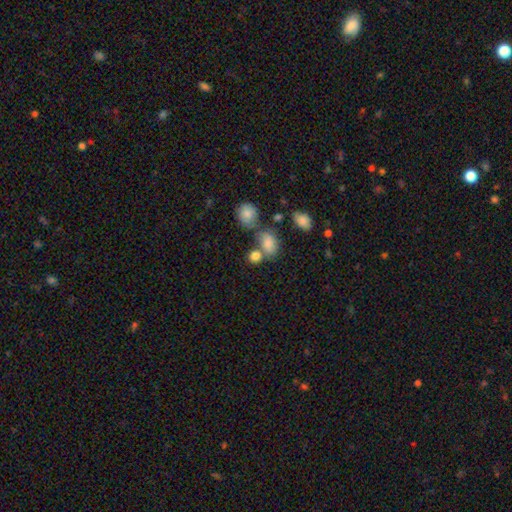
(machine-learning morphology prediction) smooth 80%, star or artifact 12%, featured or disk 8%. Down the decision tree: how rounded — round (51%); merging — none (47%).